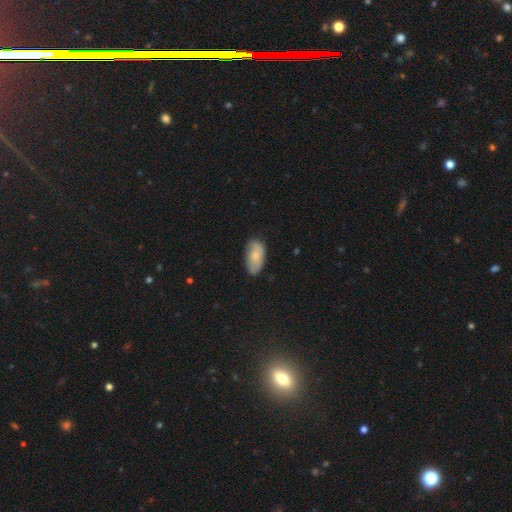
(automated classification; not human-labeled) Smooth or featured: smooth — 72% (featured or disk — 21%)
How rounded: in between — 94% (cigar-shaped — 3%)
Merging: none — 68% (minor disturbance — 25%)